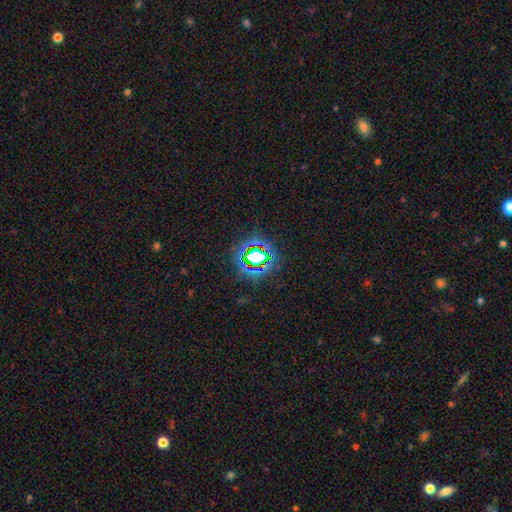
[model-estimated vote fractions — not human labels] Overall: star or artifact (77%).